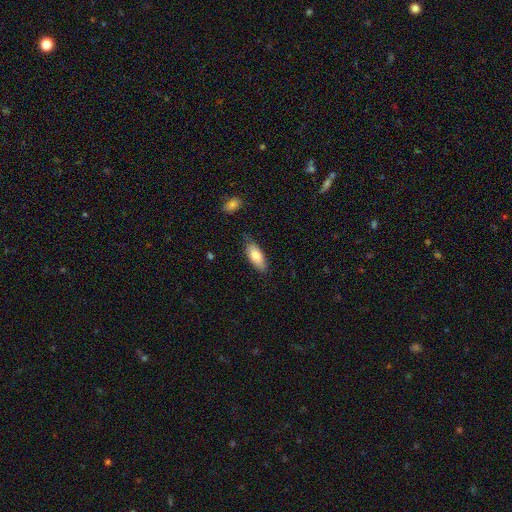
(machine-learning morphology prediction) Smooth or featured: smooth — 79% (featured or disk — 15%)
How rounded: in between — 80% (cigar-shaped — 18%)
Merging: none — 73% (minor disturbance — 21%)